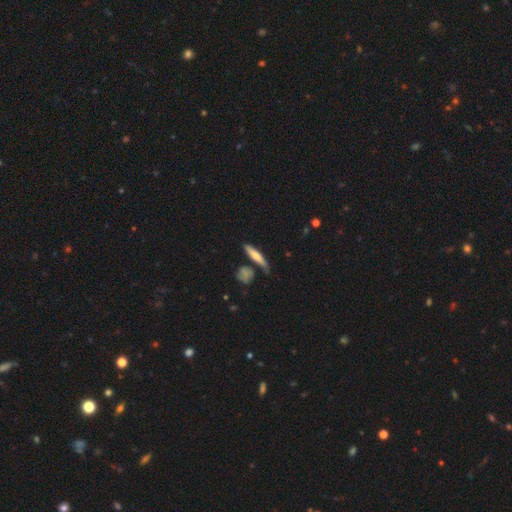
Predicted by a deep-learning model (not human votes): A smooth galaxy with no disk features (57%) that is cigar-shaped (82%).

Vote fractions:
- Smooth or featured? smooth: 57% / featured or disk: 36% / star or artifact: 7%
- How rounded? cigar-shaped: 82% / in between: 15% / round: 3%
- Merging? none: 70% / minor disturbance: 16% / merger: 9% / major disturbance: 4%